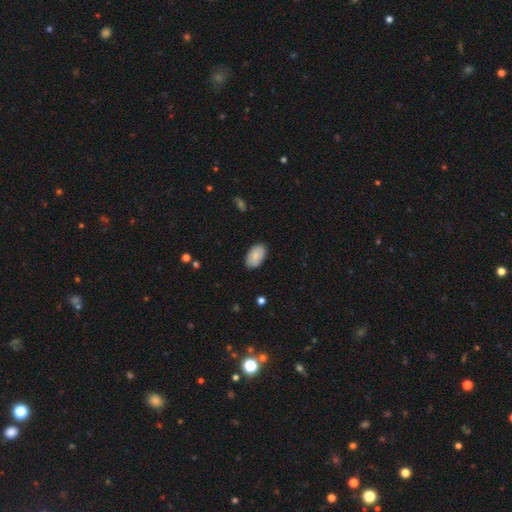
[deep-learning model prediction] Smooth or featured: smooth — 84% (featured or disk — 10%)
How rounded: in between — 94% (round — 4%)
Merging: none — 86% (minor disturbance — 11%)